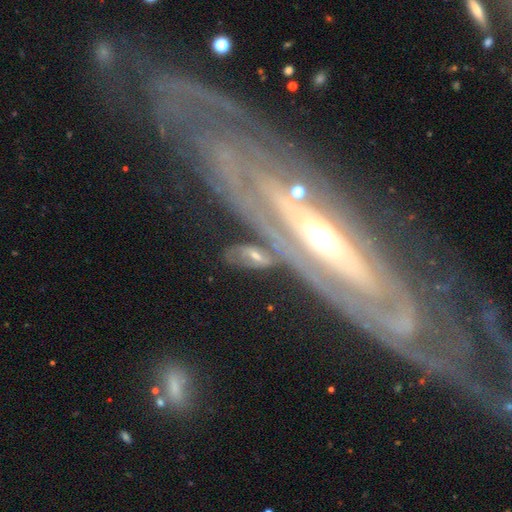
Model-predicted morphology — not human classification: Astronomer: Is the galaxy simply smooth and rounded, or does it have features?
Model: featured or disk — 60%.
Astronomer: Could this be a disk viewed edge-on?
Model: no — 69%.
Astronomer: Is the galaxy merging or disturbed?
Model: none — 61%.